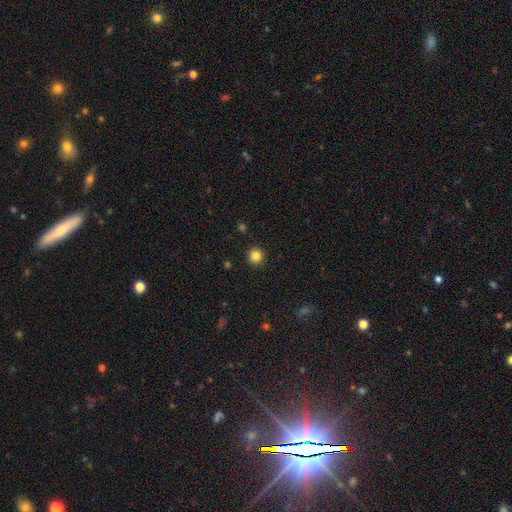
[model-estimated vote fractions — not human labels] A smooth galaxy with no disk features (84%) that is round (94%). Merging: none (92%).